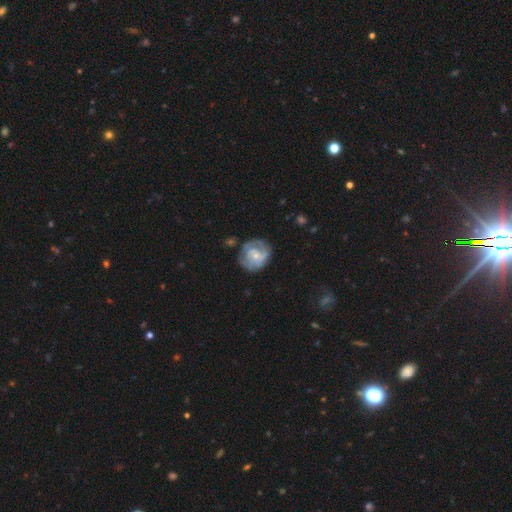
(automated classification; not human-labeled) Smooth or featured? Predicted: featured or disk (p=0.70). Edge-on disk? Predicted: no (p=0.98). Bar? Predicted: no (p=0.70). Spiral arms? Predicted: yes (p=0.78). Spiral winding? Predicted: tight (p=0.55). Spiral arm count? Predicted: can't tell (p=0.38). Bulge size? Predicted: small (p=0.62). Merging? Predicted: none (p=0.62).